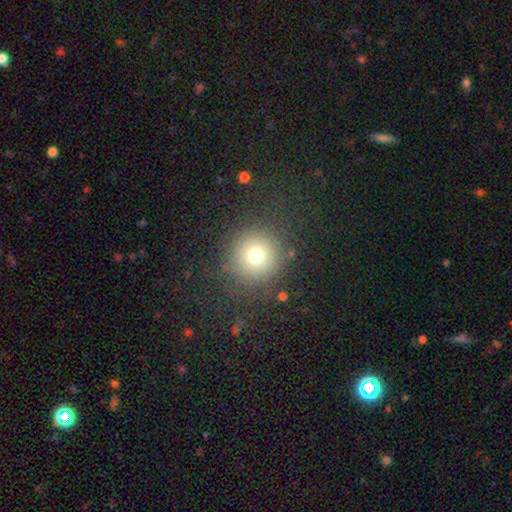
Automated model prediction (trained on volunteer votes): smooth_or_featured: smooth (p=0.71) [alt: star or artifact p=0.18]
how_rounded: round (p=0.94) [alt: in between p=0.05]
merging: none (p=0.83) [alt: minor disturbance p=0.09]